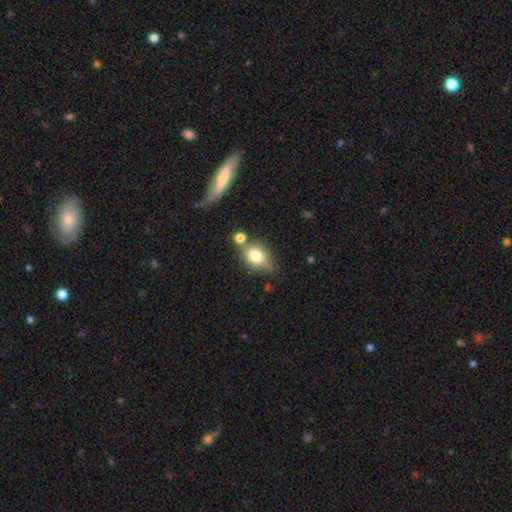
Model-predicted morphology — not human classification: Smooth or featured? smooth (75%)
How rounded? in between (76%)
Merging? none (54%)